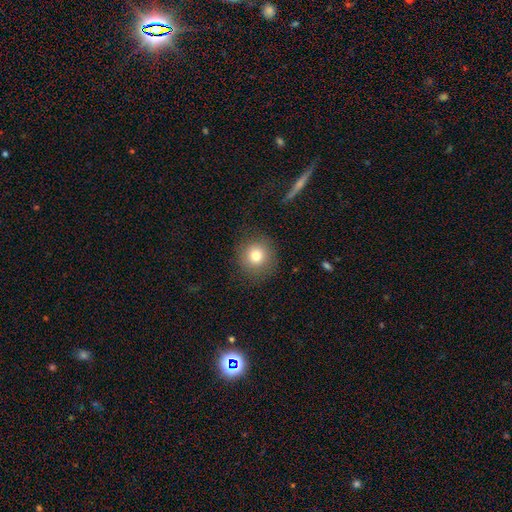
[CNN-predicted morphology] Smooth or featured? smooth (78%)
How rounded? round (92%)
Merging? none (86%)